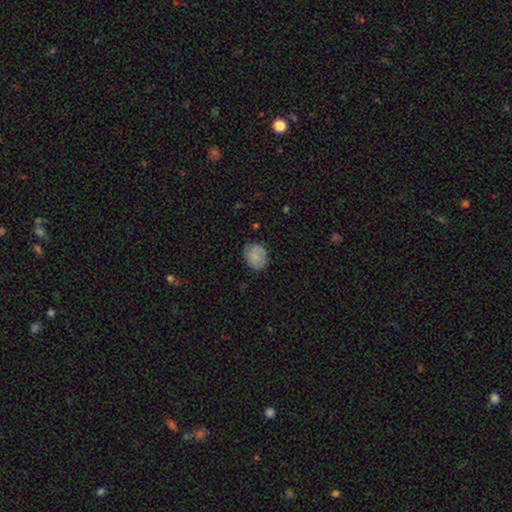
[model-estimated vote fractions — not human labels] Overall: smooth (82%). How rounded: round (56%; in between 43%). Merging: none (79%).